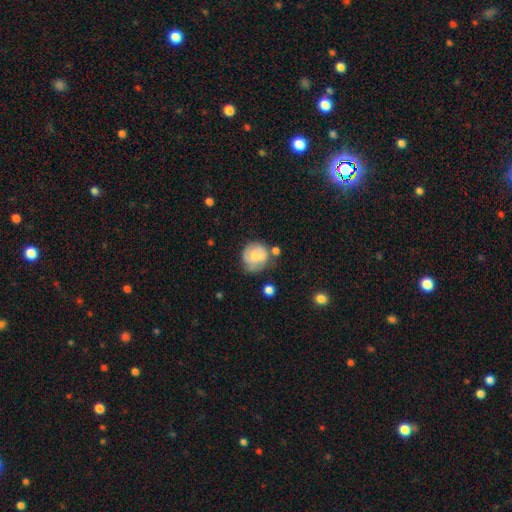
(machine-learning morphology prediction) Smooth or featured?
  - smooth: 63% *
  - featured or disk: 29%
  - star or artifact: 8%
How rounded?
  - round: 83% *
  - in between: 16%
  - cigar-shaped: 1%
Merging?
  - none: 50% *
  - minor disturbance: 26%
  - merger: 13%
  - major disturbance: 11%